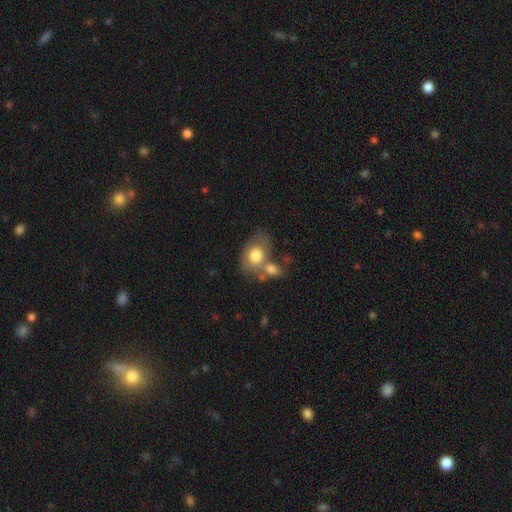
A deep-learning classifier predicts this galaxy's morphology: type=smooth (73%); roundness=in between (75%); merging=merger (42%).